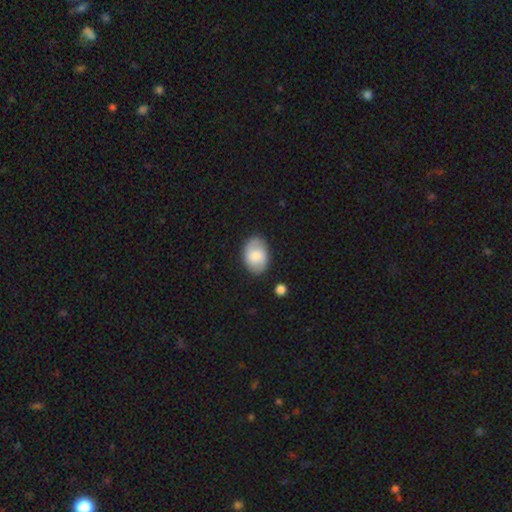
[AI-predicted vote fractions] The model was most divided on "smooth or featured": smooth: 66%, featured or disk: 27%, star or artifact: 7%. More confident: merging — none (83%); how rounded — in between (83%).